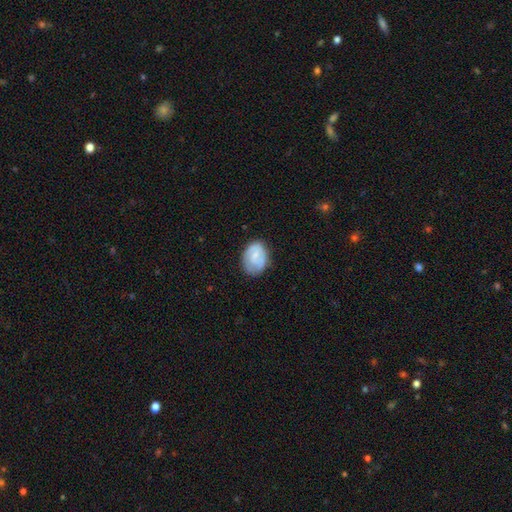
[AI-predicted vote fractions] Smooth or featured? smooth (55%)
How rounded? in between (73%)
Merging? none (67%)